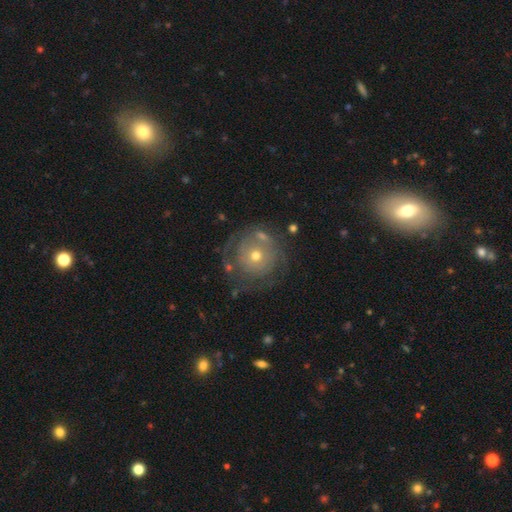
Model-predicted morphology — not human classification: type=featured or disk (62%); edge-on=no (97%); bar=no (89%); spiral arms=yes (64%); bulge=moderate (55%); merging=none (67%).